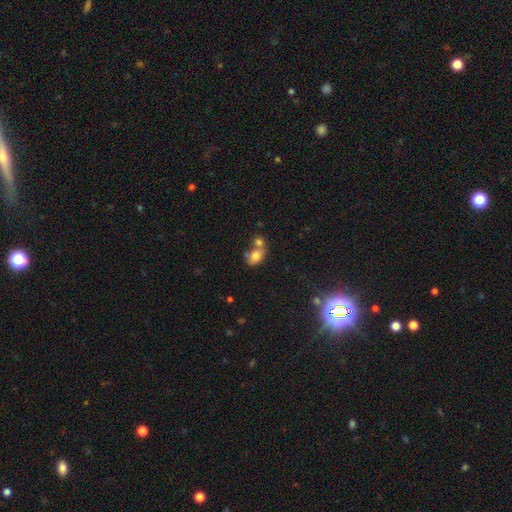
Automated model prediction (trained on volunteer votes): Smooth or featured?
  - smooth: 75% *
  - featured or disk: 14%
  - star or artifact: 11%
How rounded?
  - in between: 63% *
  - round: 36%
  - cigar-shaped: 1%
Merging?
  - merger: 53% *
  - none: 31%
  - minor disturbance: 11%
  - major disturbance: 5%